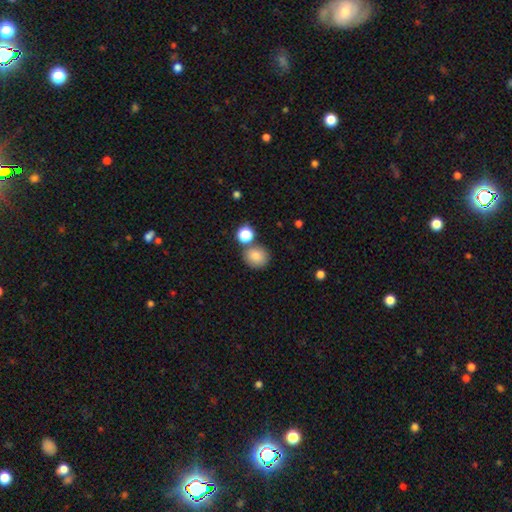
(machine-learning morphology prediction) Smooth or featured?
  - smooth: 82% *
  - star or artifact: 11%
  - featured or disk: 7%
How rounded?
  - round: 82% *
  - in between: 17%
  - cigar-shaped: 1%
Merging?
  - none: 71% *
  - merger: 16%
  - minor disturbance: 10%
  - major disturbance: 3%